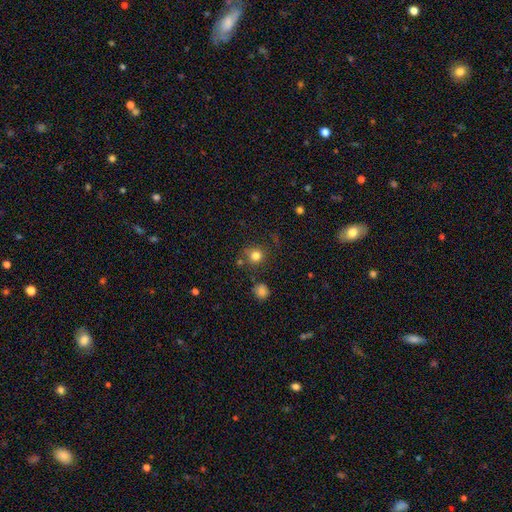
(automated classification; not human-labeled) Smooth or featured?
  - smooth: 80% *
  - star or artifact: 14%
  - featured or disk: 6%
How rounded?
  - round: 89% *
  - in between: 10%
  - cigar-shaped: 1%
Merging?
  - none: 77% *
  - minor disturbance: 13%
  - merger: 6%
  - major disturbance: 4%